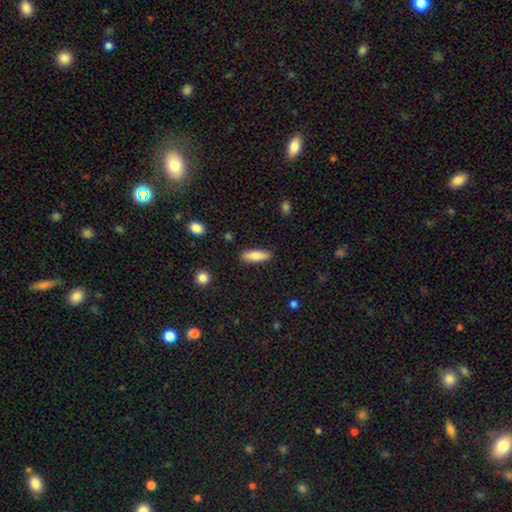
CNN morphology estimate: Smooth or featured: smooth — 80% (featured or disk — 14%)
How rounded: cigar-shaped — 54% (in between — 44%)
Merging: none — 88% (minor disturbance — 8%)